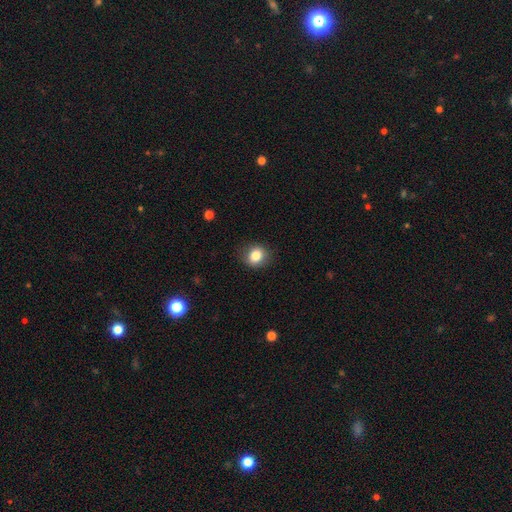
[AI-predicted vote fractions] A smooth galaxy with no disk features (83%) that is round (72%).

Vote fractions:
- Smooth or featured? smooth: 83% / star or artifact: 10% / featured or disk: 7%
- How rounded? round: 72% / in between: 27% / cigar-shaped: 1%
- Merging? none: 85% / minor disturbance: 11% / major disturbance: 3% / merger: 1%